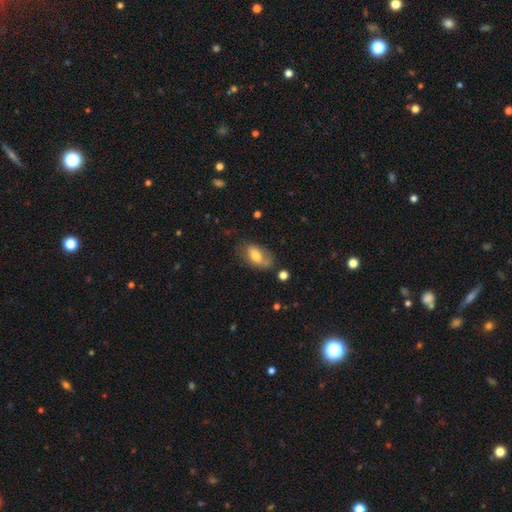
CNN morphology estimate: The model was most divided on "merging": none: 55%, minor disturbance: 28%, major disturbance: 12%, merger: 6%. More confident: how rounded — in between (91%); smooth or featured — smooth (69%).